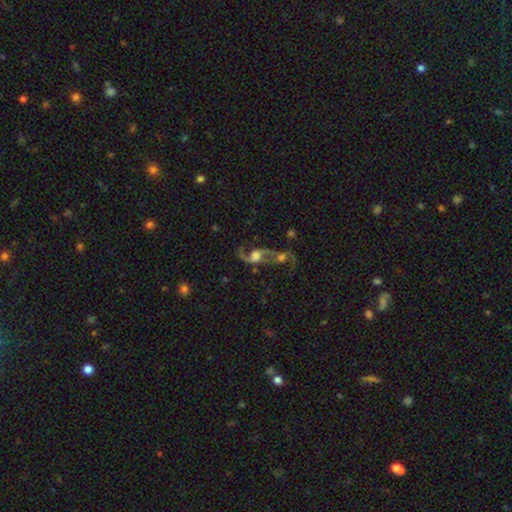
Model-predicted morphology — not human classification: A featured or disk galaxy (72%) with no bar (61%), 2 (83%) loose (79%) spiral arms (87%) and a large central bulge (39%). Merging: merger (56%).